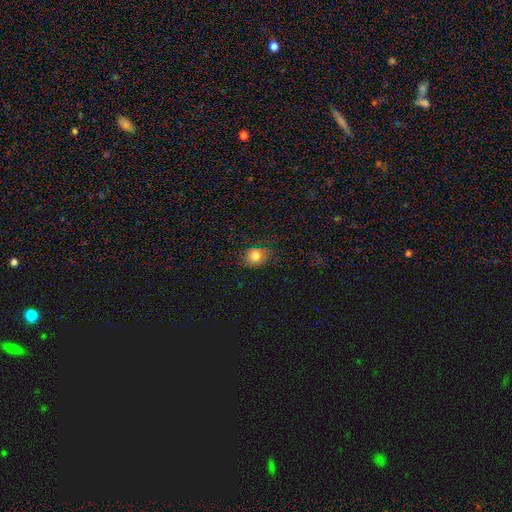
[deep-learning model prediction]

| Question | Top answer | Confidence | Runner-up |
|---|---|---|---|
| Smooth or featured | smooth | 81% | star or artifact (12%) |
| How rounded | round | 60% | in between (39%) |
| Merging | none | 77% | minor disturbance (17%) |